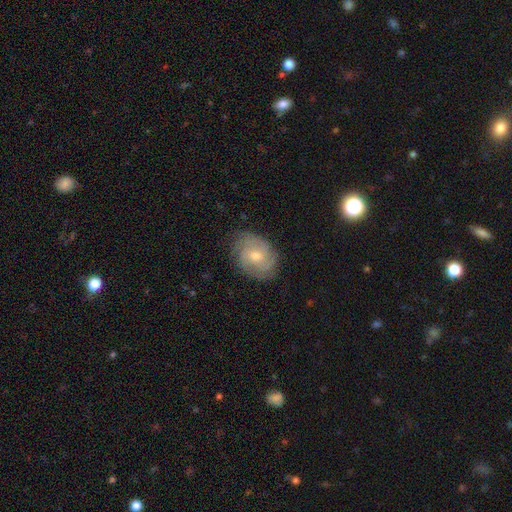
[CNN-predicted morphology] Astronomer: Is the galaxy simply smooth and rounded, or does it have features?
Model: featured or disk — 78%.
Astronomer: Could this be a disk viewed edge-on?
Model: no — 97%.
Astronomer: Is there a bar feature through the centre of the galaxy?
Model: no — 64%.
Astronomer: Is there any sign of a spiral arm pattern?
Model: yes — 95%.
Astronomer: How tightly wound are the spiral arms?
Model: tight — 61%.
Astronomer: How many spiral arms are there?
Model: can't tell — 28%, tied with 3 at 28%.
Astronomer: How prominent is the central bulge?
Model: moderate — 51% (runner-up: small, 45%).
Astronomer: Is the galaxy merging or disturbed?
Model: none — 80%.